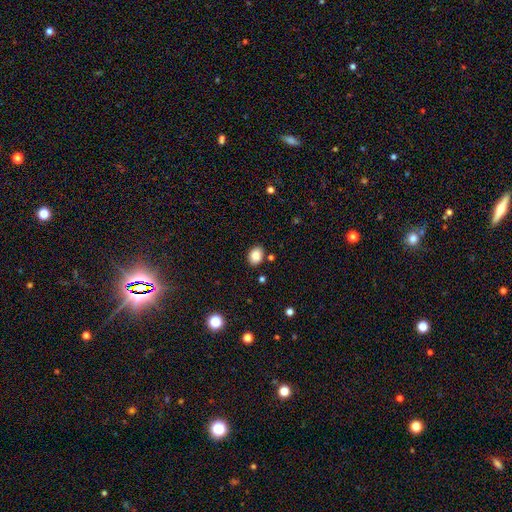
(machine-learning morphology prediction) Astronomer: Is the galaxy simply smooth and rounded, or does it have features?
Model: smooth — 85%.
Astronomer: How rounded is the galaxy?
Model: in between — 66%.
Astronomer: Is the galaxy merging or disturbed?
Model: none — 84%.